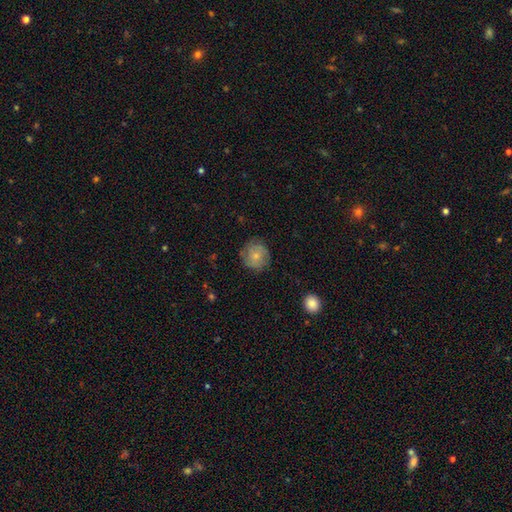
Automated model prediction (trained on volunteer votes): Smooth or featured: smooth — 50% (featured or disk — 42%)
How rounded: round — 88% (in between — 11%)
Merging: none — 77% (minor disturbance — 17%)